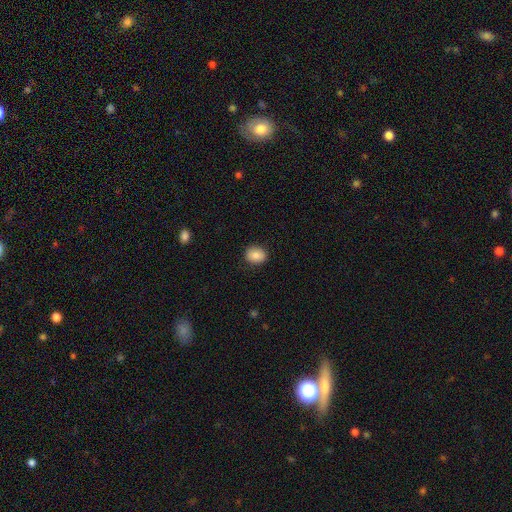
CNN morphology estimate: Smooth or featured? smooth (87%)
How rounded? in between (51%)
Merging? none (87%)